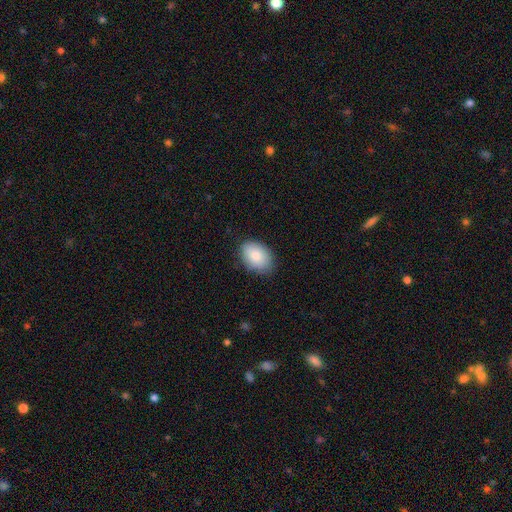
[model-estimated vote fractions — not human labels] Smooth or featured? smooth (85%)
How rounded? in between (86%)
Merging? none (82%)